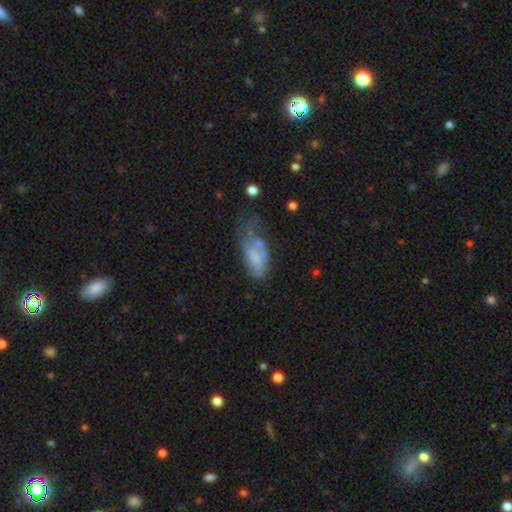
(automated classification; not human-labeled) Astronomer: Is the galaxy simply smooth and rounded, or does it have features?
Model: smooth — 53% (runner-up: featured or disk, 37%).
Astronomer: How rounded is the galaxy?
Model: in between — 84%.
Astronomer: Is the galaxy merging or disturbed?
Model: major disturbance — 40% (runner-up: minor disturbance, 29%).